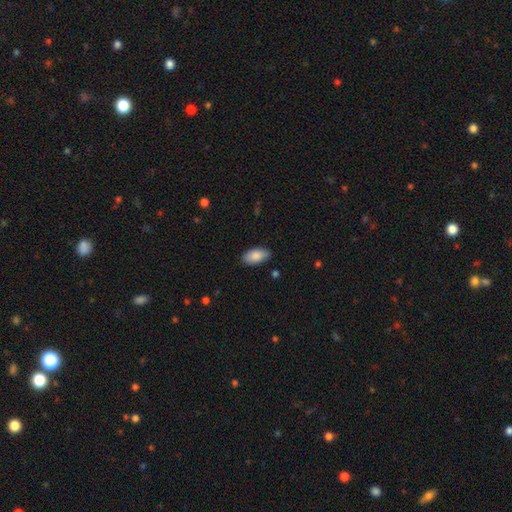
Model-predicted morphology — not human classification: Q: Smooth or featured?
A: smooth (86%); runner-up: featured or disk (7%)
Q: How rounded?
A: in between (93%); runner-up: cigar-shaped (4%)
Q: Merging?
A: none (84%); runner-up: minor disturbance (12%)